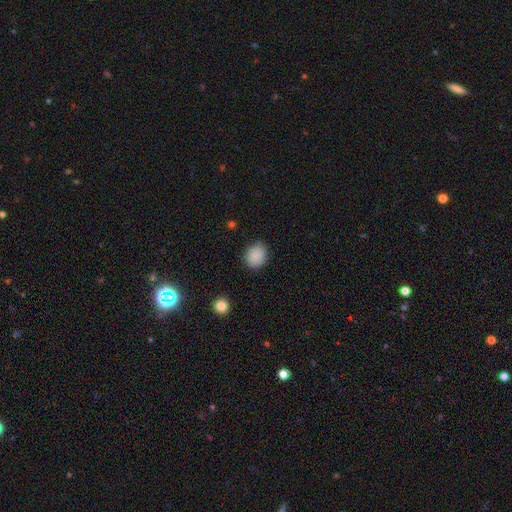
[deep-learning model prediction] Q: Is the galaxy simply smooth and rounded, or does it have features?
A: smooth — 88%.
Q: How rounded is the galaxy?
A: round — 62%.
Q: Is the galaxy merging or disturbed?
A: none — 84%.